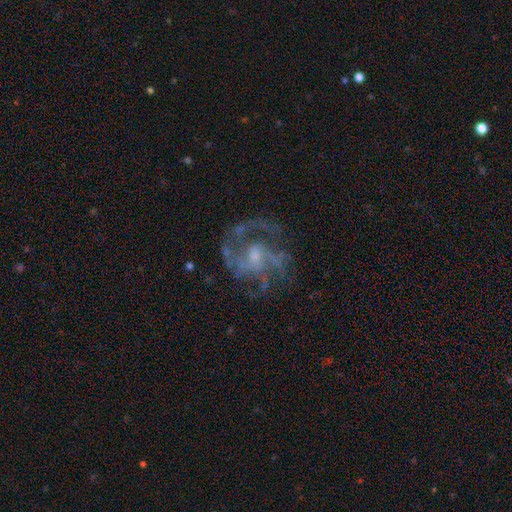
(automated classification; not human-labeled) Morphology: type=featured or disk (83%); edge-on=no (98%); bar=no (61%); spiral arms=yes (90%); winding=medium (51%); arm count=3 (30%); bulge=small (50%); merging=none (64%).